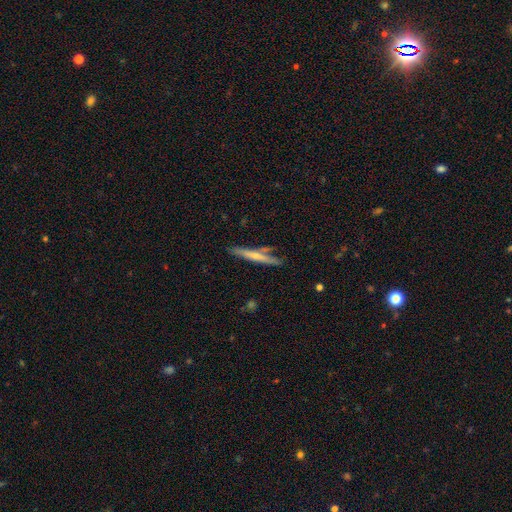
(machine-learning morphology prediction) smooth-or-featured: smooth: 48% | featured or disk: 46% | star or artifact: 6%
  merging: none: 71% | minor disturbance: 16% | merger: 8% | major disturbance: 4%